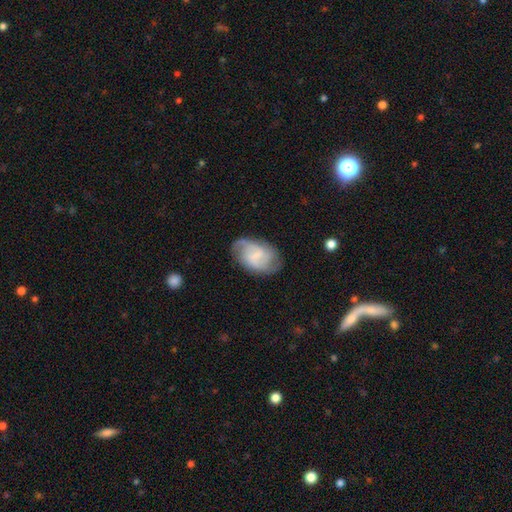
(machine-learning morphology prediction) Smooth or featured? featured or disk (69%)
Edge-on disk? no (97%)
Bar? weak (58%)
Spiral arms? yes (92%)
Spiral winding? medium (48%)
Spiral arm count? 2 (65%)
Bulge size? small (50%)
Merging? none (70%)